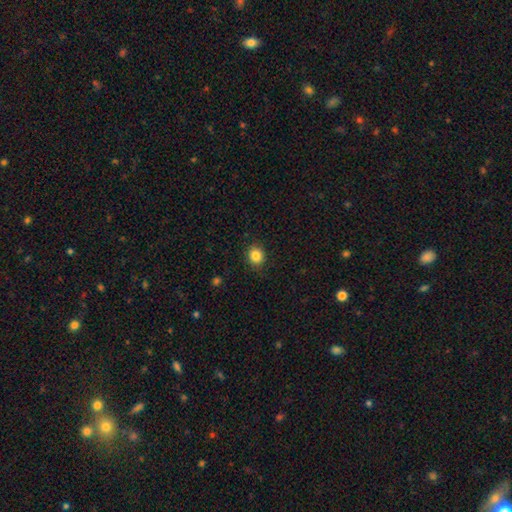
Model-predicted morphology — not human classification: Overall: smooth (85%). How rounded: round (77%). Merging: none (87%).